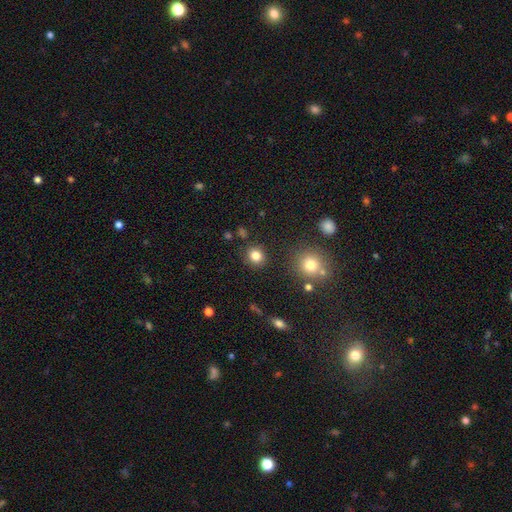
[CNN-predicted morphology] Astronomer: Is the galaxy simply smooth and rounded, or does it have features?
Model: smooth — 83%.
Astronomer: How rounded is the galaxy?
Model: round — 82%.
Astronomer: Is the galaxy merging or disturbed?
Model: none — 88%.